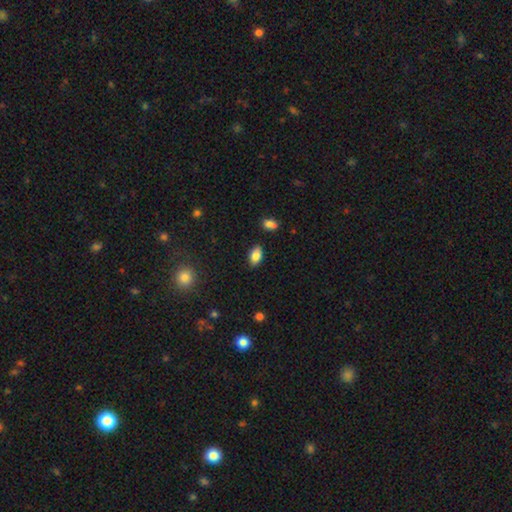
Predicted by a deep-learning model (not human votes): A smooth galaxy with no disk features (82%) that is in between round and cigar-shaped (91%).

Vote fractions:
- Smooth or featured? smooth: 82% / featured or disk: 9% / star or artifact: 8%
- How rounded? in between: 91% / round: 6% / cigar-shaped: 3%
- Merging? none: 85% / minor disturbance: 10% / merger: 2% / major disturbance: 2%